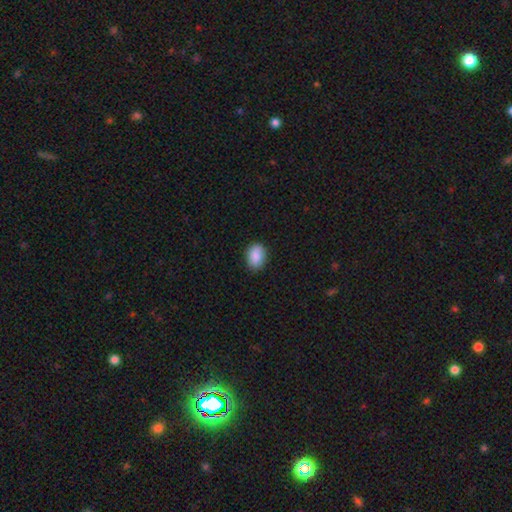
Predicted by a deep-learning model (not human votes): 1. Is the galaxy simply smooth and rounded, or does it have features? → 89% smooth, 7% star or artifact, 4% featured or disk.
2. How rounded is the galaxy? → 77% in between, 22% round, 1% cigar-shaped.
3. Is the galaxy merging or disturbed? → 85% none, 11% minor disturbance, 2% major disturbance, 1% merger.